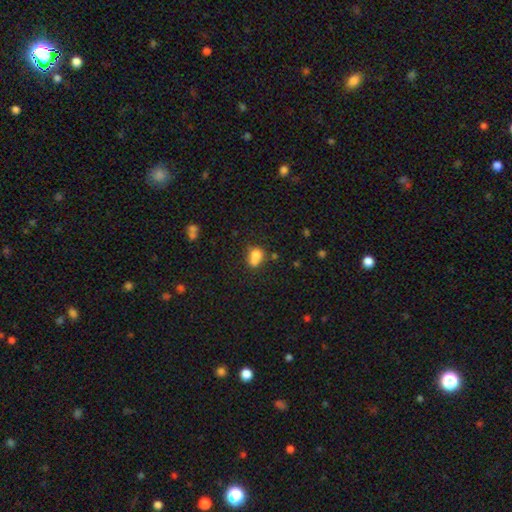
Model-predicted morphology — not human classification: A smooth galaxy with no disk features (74%) that is in between round and cigar-shaped (51%).

Vote fractions:
- Smooth or featured? smooth: 74% / featured or disk: 14% / star or artifact: 12%
- How rounded? in between: 51% / round: 48% / cigar-shaped: 2%
- Merging? merger: 41% / none: 32% / minor disturbance: 18% / major disturbance: 9%